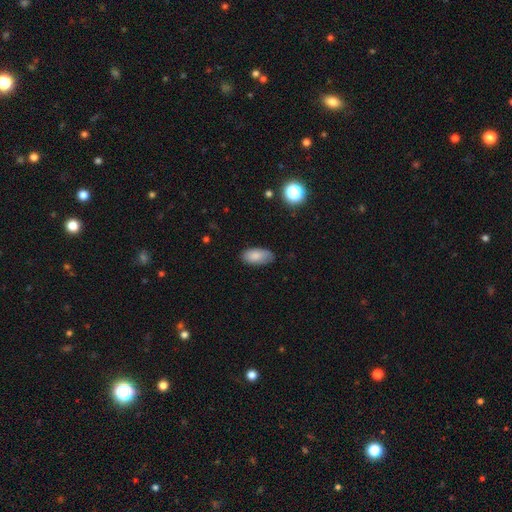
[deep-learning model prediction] smooth 84%, featured or disk 9%, star or artifact 7%. Down the decision tree: how rounded — in between (93%); merging — none (76%).